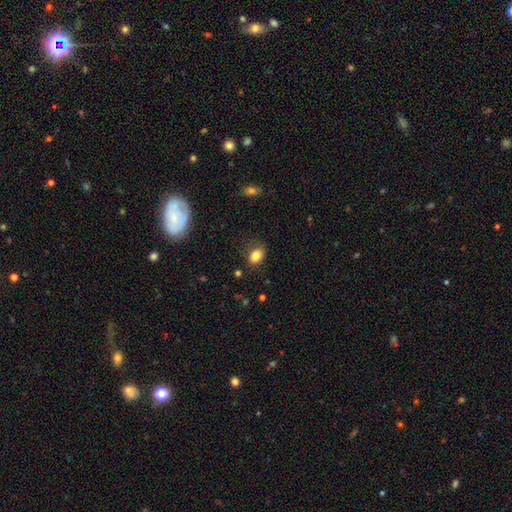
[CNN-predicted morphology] This appears to be a smooth galaxy with no disk features (82%) that is in between round and cigar-shaped (67%). Merging: none (76%).